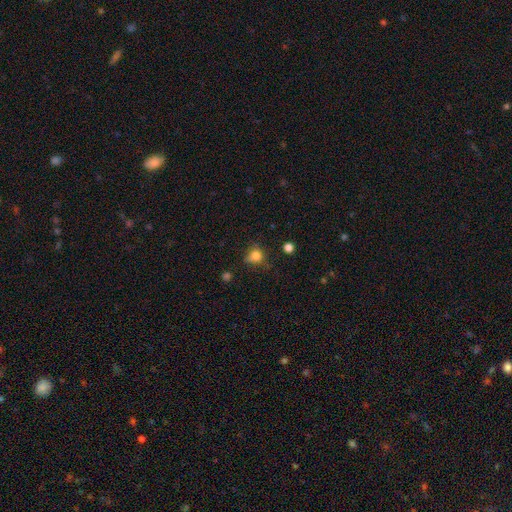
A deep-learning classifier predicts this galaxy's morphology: Q: Smooth or featured?
A: smooth (79%); runner-up: star or artifact (13%)
Q: How rounded?
A: round (71%); runner-up: in between (27%)
Q: Merging?
A: none (57%); runner-up: minor disturbance (29%)